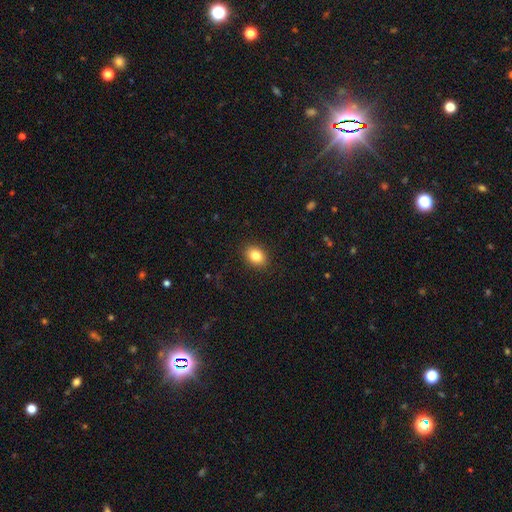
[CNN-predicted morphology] The model was most divided on "how rounded": in between: 66%, round: 33%, cigar-shaped: 1%. More confident: merging — none (90%); smooth or featured — smooth (84%).